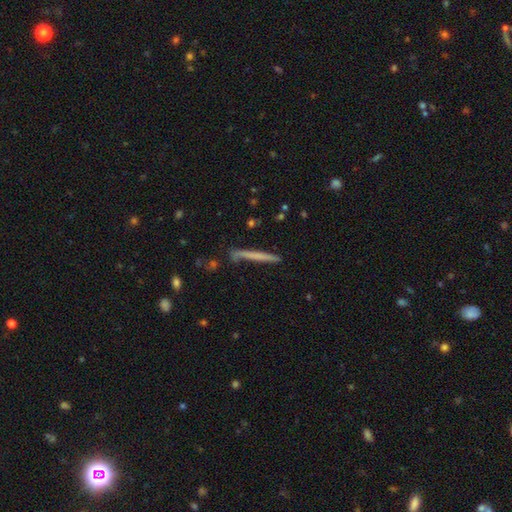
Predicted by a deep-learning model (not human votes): The model was most divided on "smooth or featured": smooth: 53%, featured or disk: 40%, star or artifact: 7%. More confident: how rounded — cigar-shaped (97%); merging — none (82%).